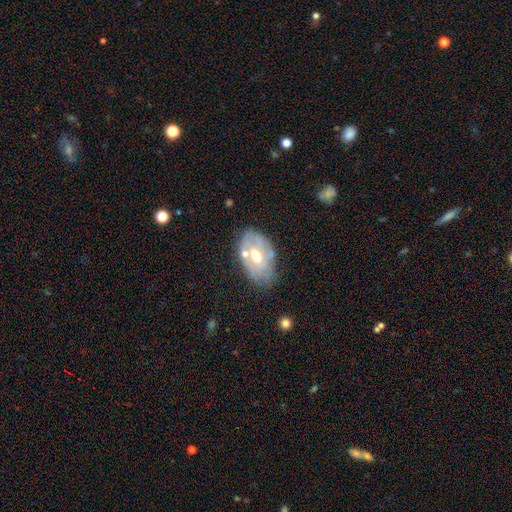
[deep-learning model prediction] A featured or disk galaxy (59%) with no bar (61%), no spiral arms (68%) and a moderate central bulge (74%).

Vote fractions:
- Smooth or featured? featured or disk: 59% / smooth: 33% / star or artifact: 7%
- Edge-on disk? no: 92% / yes: 8%
- Bar? no: 61% / weak: 30% / strong: 9%
- Spiral arms? no: 68% / yes: 32%
- Bulge size? moderate: 74% / small: 13% / large: 10% / none: 2% / dominant: 1%
- Merging? none: 57% / minor disturbance: 24% / merger: 10% / major disturbance: 9%